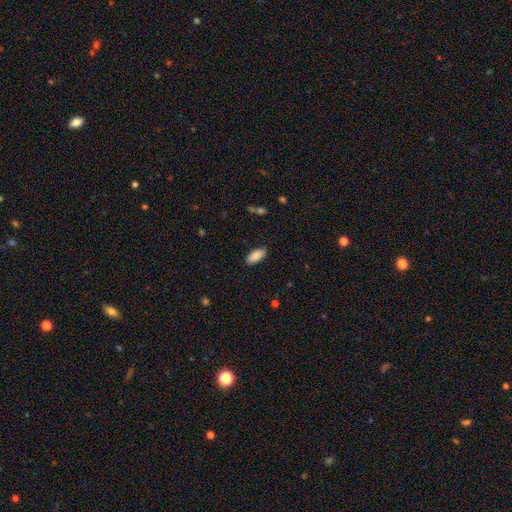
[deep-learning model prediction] Overall: smooth (88%). How rounded: in between (91%). Merging: none (87%).